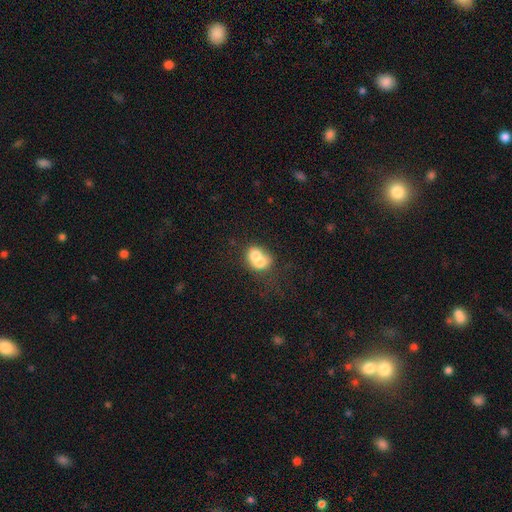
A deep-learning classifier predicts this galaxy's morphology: A smooth galaxy with no disk features (66%) that is round (51%).

Vote fractions:
- Smooth or featured? smooth: 66% / featured or disk: 25% / star or artifact: 9%
- How rounded? round: 51% / in between: 48% / cigar-shaped: 1%
- Merging? merger: 69% / none: 20% / minor disturbance: 7% / major disturbance: 4%